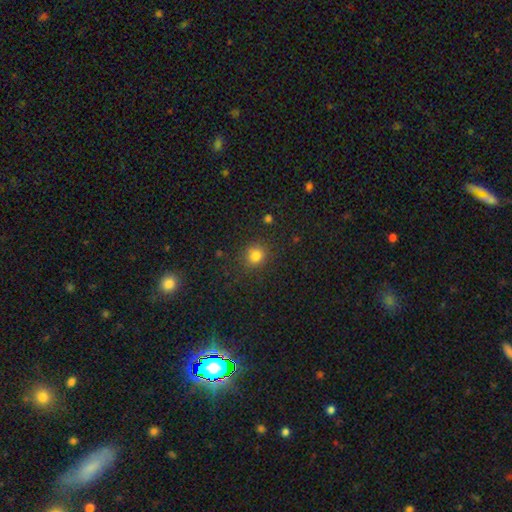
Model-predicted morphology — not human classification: Smooth or featured? Predicted: smooth (p=0.81). How rounded? Predicted: round (p=0.81). Merging? Predicted: none (p=0.86).